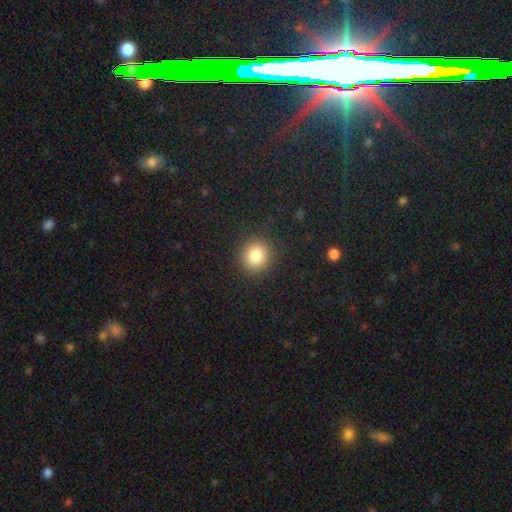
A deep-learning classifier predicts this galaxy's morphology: A smooth galaxy with no disk features (84%) that is round (86%).

Vote fractions:
- Smooth or featured? smooth: 84% / star or artifact: 10% / featured or disk: 6%
- How rounded? round: 86% / in between: 13% / cigar-shaped: 1%
- Merging? none: 90% / minor disturbance: 6% / major disturbance: 3% / merger: 1%